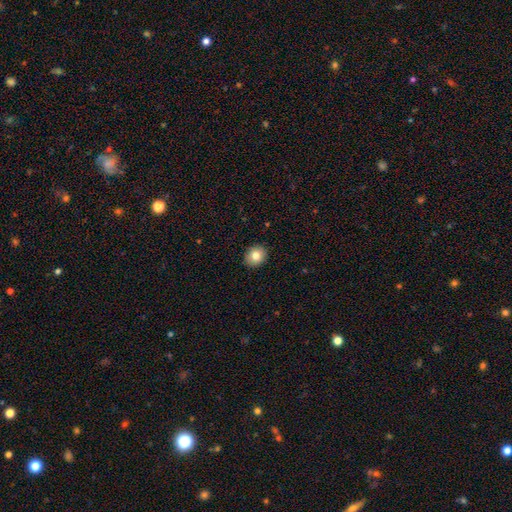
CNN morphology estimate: Smooth or featured? smooth (80%)
How rounded? round (73%)
Merging? none (91%)